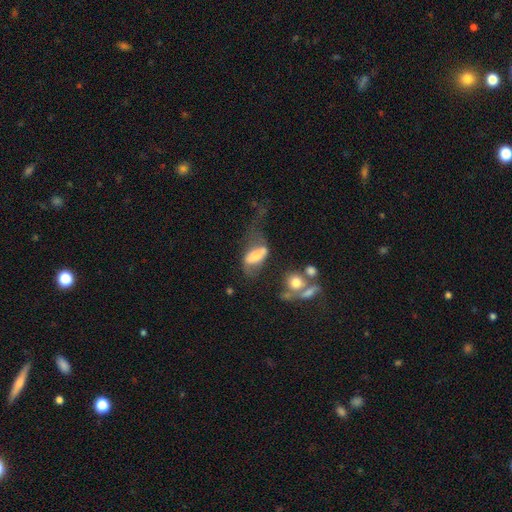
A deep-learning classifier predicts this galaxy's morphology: A smooth galaxy with no disk features (46%). Merging: major disturbance (39%).